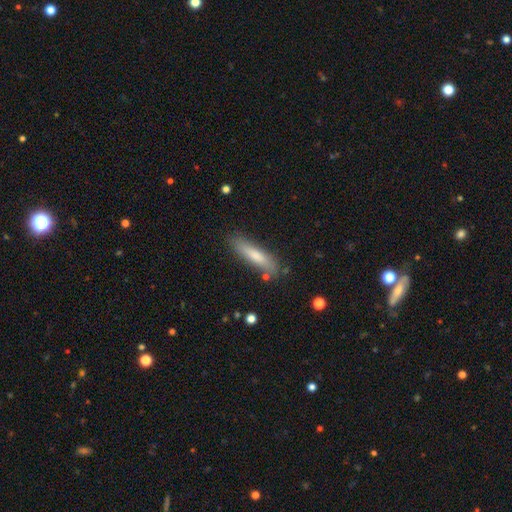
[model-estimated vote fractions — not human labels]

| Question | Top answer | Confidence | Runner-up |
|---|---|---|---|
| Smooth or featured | smooth | 75% | featured or disk (19%) |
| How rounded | cigar-shaped | 79% | in between (20%) |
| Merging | none | 82% | minor disturbance (13%) |